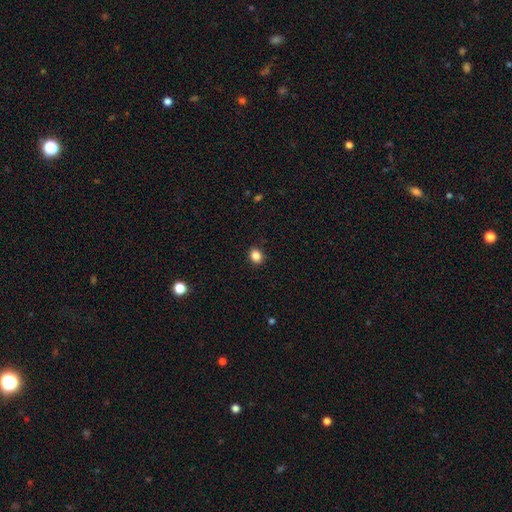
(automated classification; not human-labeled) This appears to be a smooth galaxy with no disk features (86%) that is round (53%). Merging: none (90%).